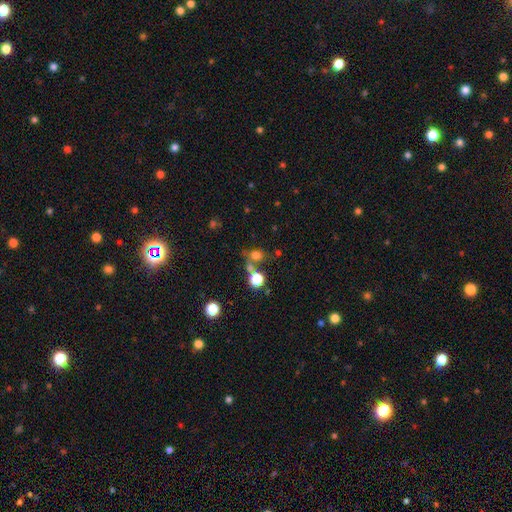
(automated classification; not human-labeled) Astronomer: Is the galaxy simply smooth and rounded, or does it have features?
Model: smooth — 68%.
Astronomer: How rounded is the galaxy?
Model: round — 67%.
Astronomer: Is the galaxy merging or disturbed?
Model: none — 58%.